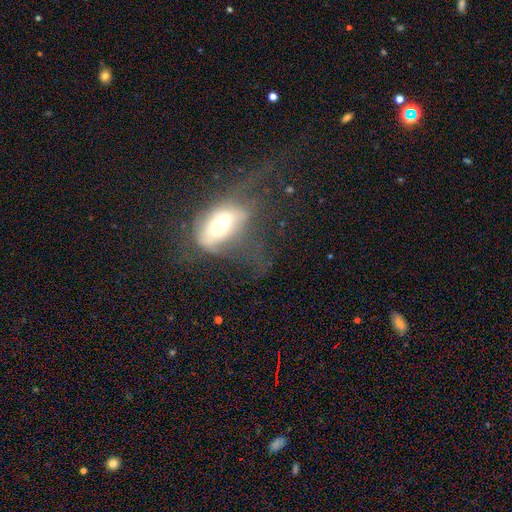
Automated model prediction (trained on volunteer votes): This is marginally a smooth galaxy (43%). Merging: possibly major disturbance (56%).